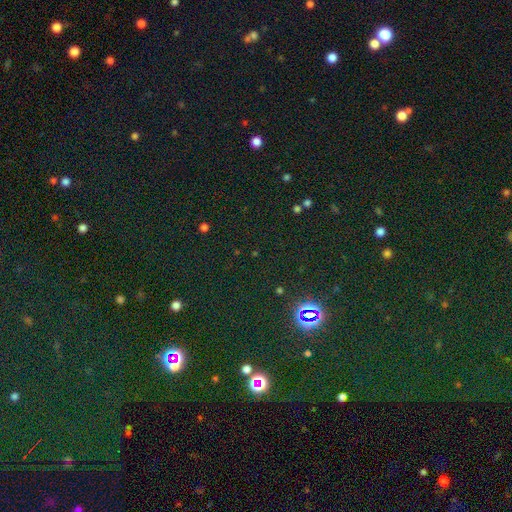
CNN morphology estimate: smooth-or-featured: star or artifact: 74% | smooth: 20% | featured or disk: 7%